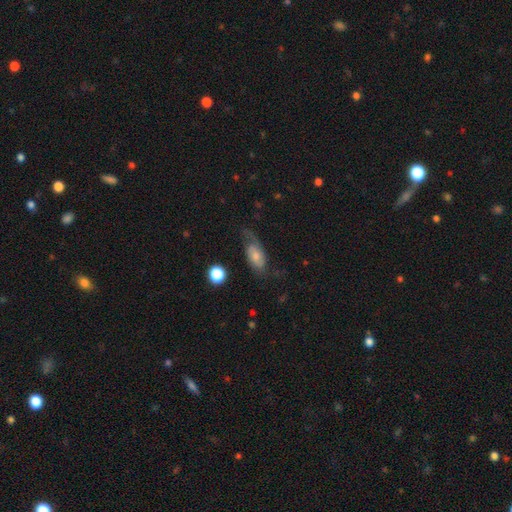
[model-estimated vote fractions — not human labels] Smooth or featured? featured or disk (53%)
Edge-on disk? no (91%)
Merging? none (48%)